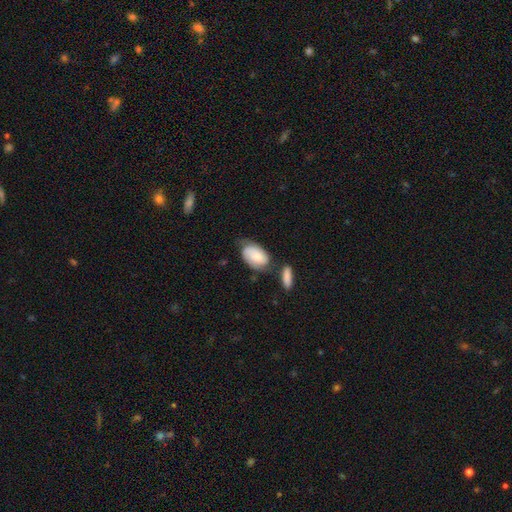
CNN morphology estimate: Smooth or featured? smooth (65%)
How rounded? in between (92%)
Merging? none (45%)